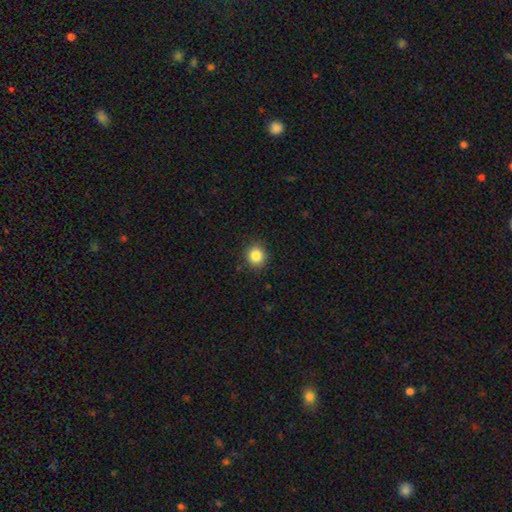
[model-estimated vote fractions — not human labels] Overall: smooth (85%). How rounded: round (88%). Merging: none (89%).